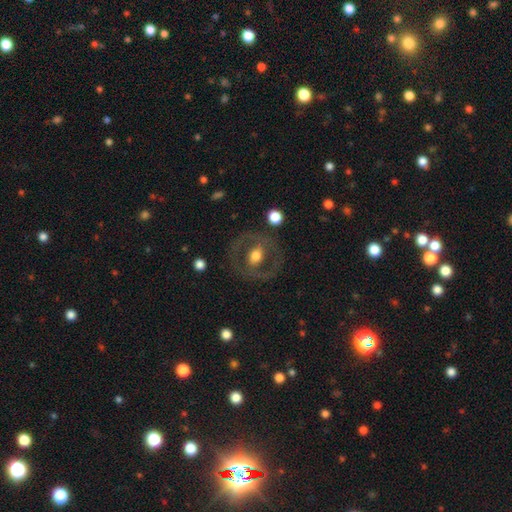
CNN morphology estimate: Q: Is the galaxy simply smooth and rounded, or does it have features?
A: featured or disk — 56%.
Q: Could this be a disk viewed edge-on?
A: no — 95%.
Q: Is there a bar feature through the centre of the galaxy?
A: no — 65%.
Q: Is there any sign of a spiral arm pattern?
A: no — 79%.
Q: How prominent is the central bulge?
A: moderate — 64%.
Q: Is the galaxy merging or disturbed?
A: none — 79%.